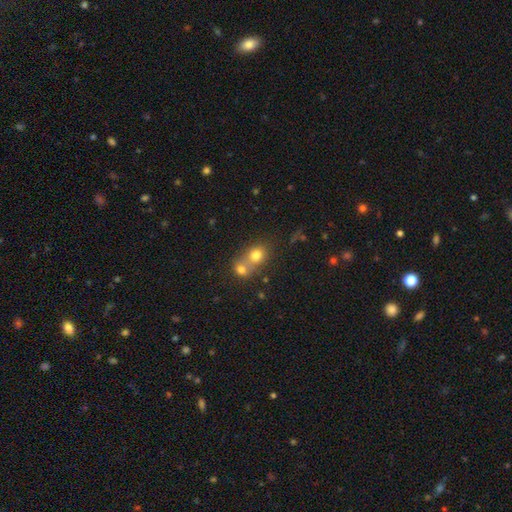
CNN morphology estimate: This is likely a smooth galaxy (75%). How rounded: likely round (69%). Merging: possibly merger (55%).